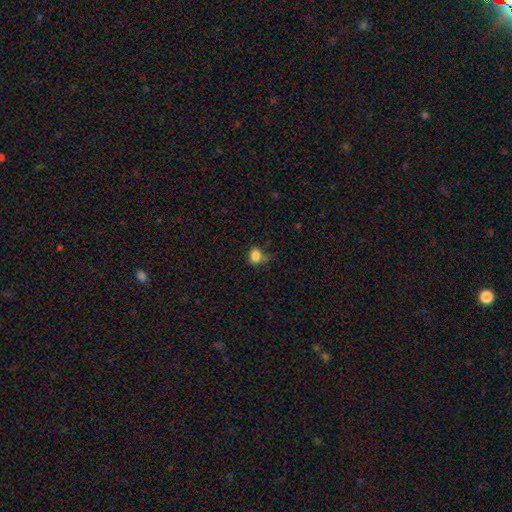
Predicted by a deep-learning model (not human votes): Morphology: type=smooth (82%); roundness=round (60%); merging=none (46%).